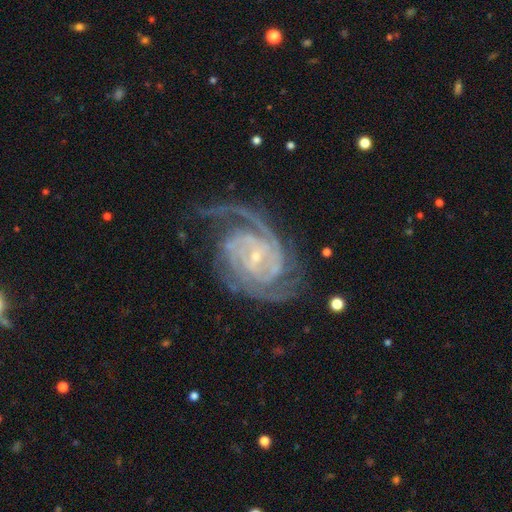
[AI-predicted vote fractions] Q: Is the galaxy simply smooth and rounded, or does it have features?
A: featured or disk — 93%.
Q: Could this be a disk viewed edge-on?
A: no — 97%.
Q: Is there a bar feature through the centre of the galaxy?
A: no — 48%.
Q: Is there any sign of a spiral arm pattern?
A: yes — 98%.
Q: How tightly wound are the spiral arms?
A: tight — 65%.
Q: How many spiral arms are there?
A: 2 — 35%.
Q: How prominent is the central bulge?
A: small — 84%.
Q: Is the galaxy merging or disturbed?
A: none — 66%.